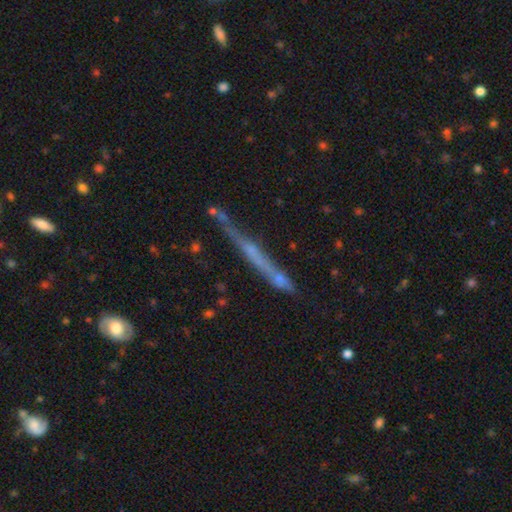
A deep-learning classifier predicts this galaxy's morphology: smooth_or_featured: featured or disk (p=0.63) [alt: smooth p=0.24]
disk_edge_on: yes (p=0.93) [alt: no p=0.07]
edge_on_bulge: none (p=0.66) [alt: rounded p=0.25]
merging: none (p=0.72) [alt: minor disturbance p=0.16]